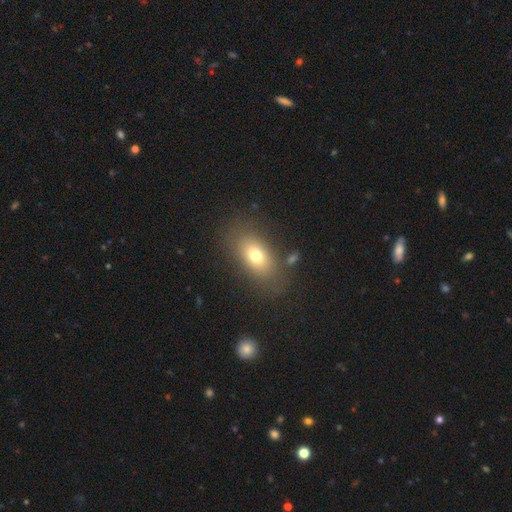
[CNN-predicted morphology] smooth-or-featured: smooth: 72% | featured or disk: 17% | star or artifact: 11%
  how-rounded: in between: 84% | round: 12% | cigar-shaped: 4%
  merging: none: 79% | minor disturbance: 12% | major disturbance: 6% | merger: 3%